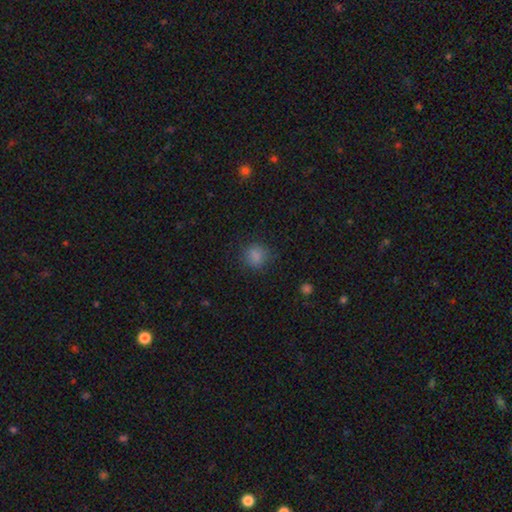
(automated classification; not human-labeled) This appears to be a smooth galaxy with no disk features (82%) that is round (76%). Merging: none (80%).